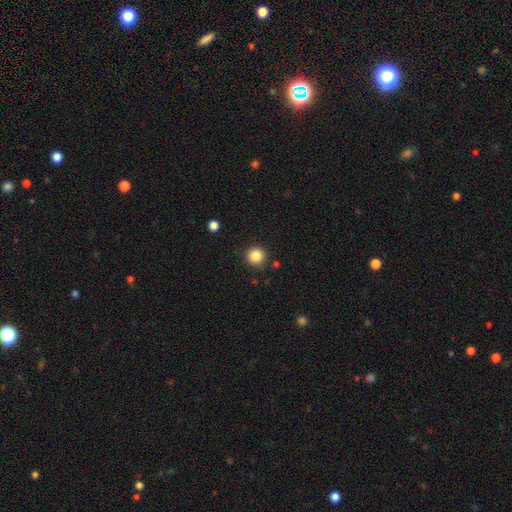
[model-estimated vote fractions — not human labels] Smooth or featured?
  - smooth: 85% *
  - star or artifact: 11%
  - featured or disk: 4%
How rounded?
  - round: 94% *
  - in between: 5%
  - cigar-shaped: 1%
Merging?
  - none: 88% *
  - minor disturbance: 8%
  - major disturbance: 2%
  - merger: 2%